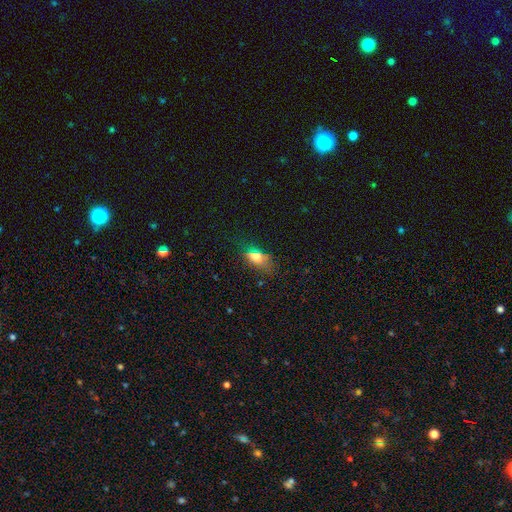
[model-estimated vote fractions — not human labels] Smooth or featured: smooth — 66% (star or artifact — 20%)
How rounded: in between — 77% (round — 14%)
Merging: none — 63% (minor disturbance — 21%)